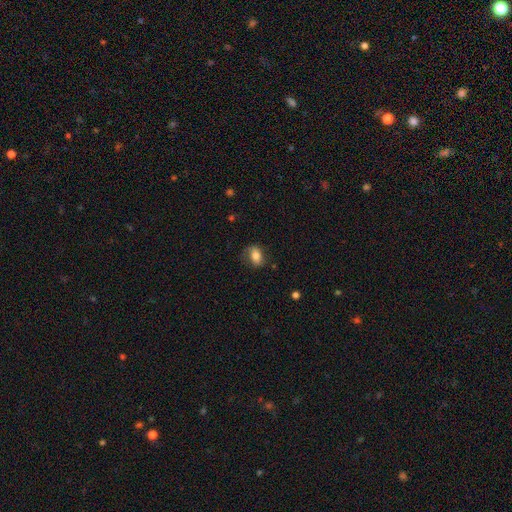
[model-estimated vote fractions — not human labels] Q: Smooth or featured?
A: smooth (71%); runner-up: featured or disk (21%)
Q: How rounded?
A: in between (82%); runner-up: round (15%)
Q: Merging?
A: none (60%); runner-up: minor disturbance (26%)